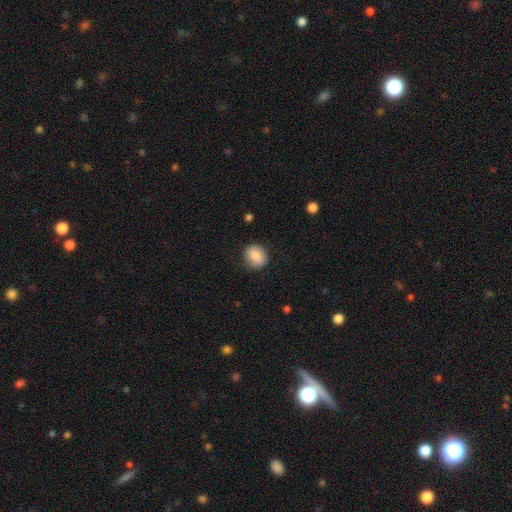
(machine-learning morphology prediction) Smooth or featured: smooth — 80% (featured or disk — 13%)
How rounded: round — 75% (in between — 24%)
Merging: none — 78% (minor disturbance — 17%)